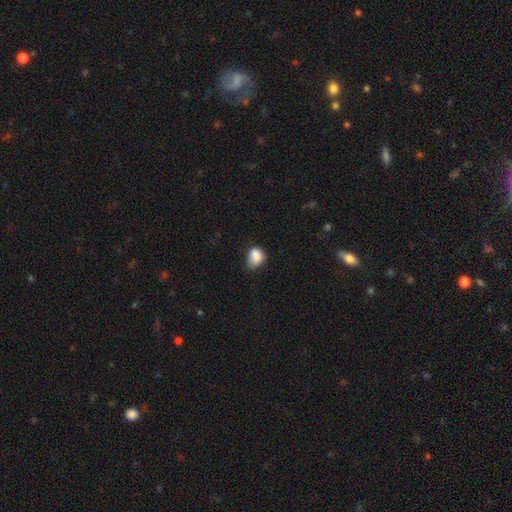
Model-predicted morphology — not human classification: The model was most divided on "how rounded": in between: 53%, round: 46%, cigar-shaped: 1%. More confident: smooth or featured — smooth (84%); merging — none (50%).